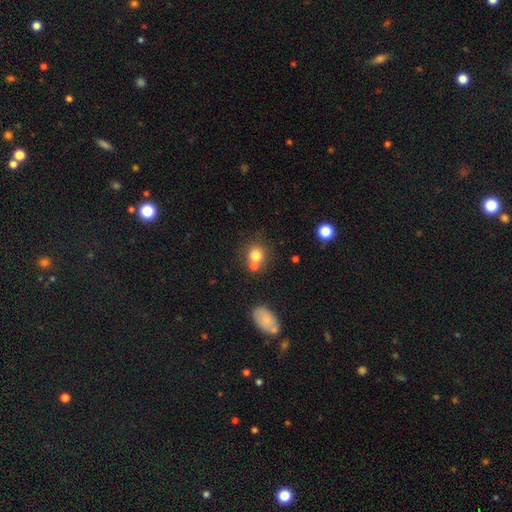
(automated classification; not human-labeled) The model was most divided on "merging": none: 56%, merger: 31%, minor disturbance: 9%, major disturbance: 4%. More confident: how rounded — round (84%); smooth or featured — smooth (76%).